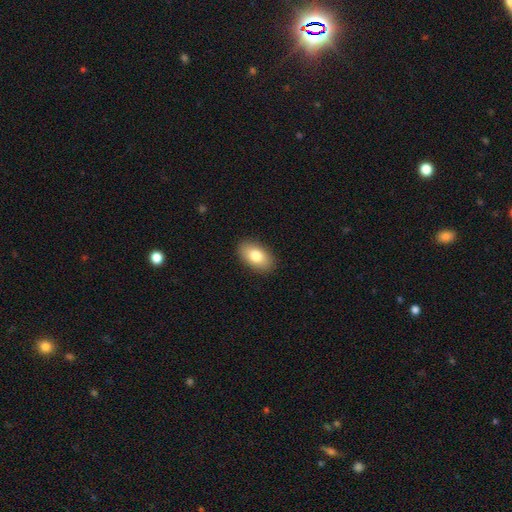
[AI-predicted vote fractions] smooth-or-featured: smooth: 81% | featured or disk: 12% | star or artifact: 7%
  how-rounded: in between: 93% | round: 6% | cigar-shaped: 2%
  merging: none: 89% | minor disturbance: 8% | major disturbance: 2% | merger: 1%